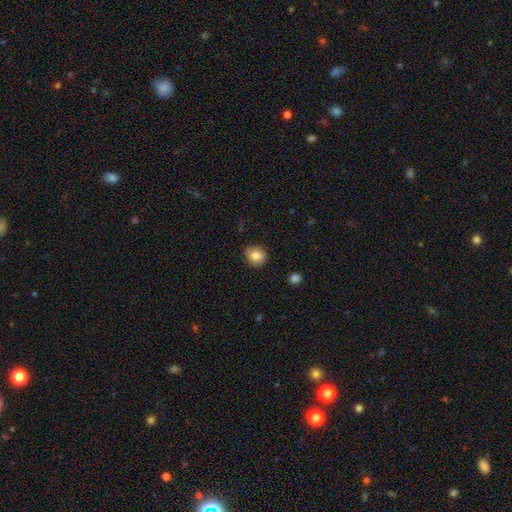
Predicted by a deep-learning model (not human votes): Morphology: type=smooth (82%); roundness=round (81%); merging=none (86%).